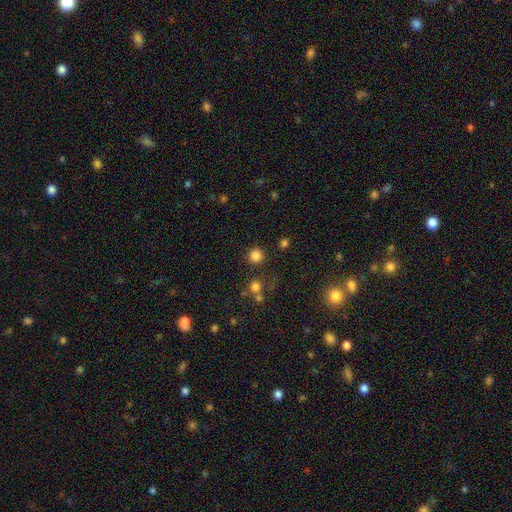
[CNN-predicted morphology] A smooth galaxy with no disk features (82%) that is round (95%).

Vote fractions:
- Smooth or featured? smooth: 82% / star or artifact: 14% / featured or disk: 4%
- How rounded? round: 95% / in between: 4% / cigar-shaped: 1%
- Merging? none: 87% / minor disturbance: 6% / merger: 4% / major disturbance: 3%